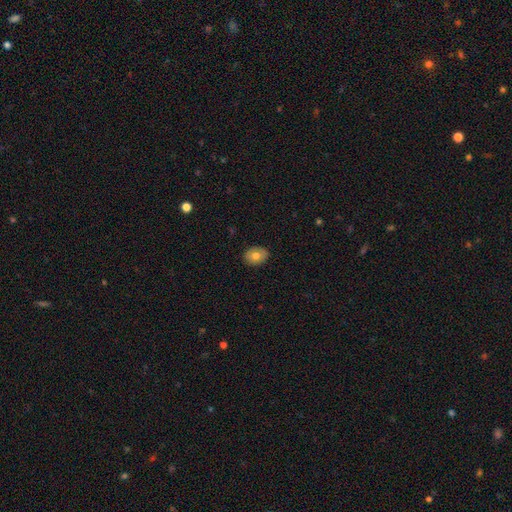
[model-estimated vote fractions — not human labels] The model was most divided on "how rounded": in between: 62%, round: 37%, cigar-shaped: 1%. More confident: merging — none (87%); smooth or featured — smooth (73%).